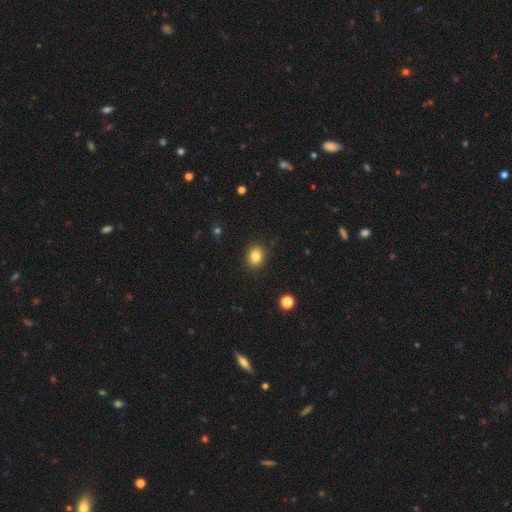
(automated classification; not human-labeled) This is clearly a smooth galaxy (83%). How rounded: likely round (60%). Merging: clearly none (89%).